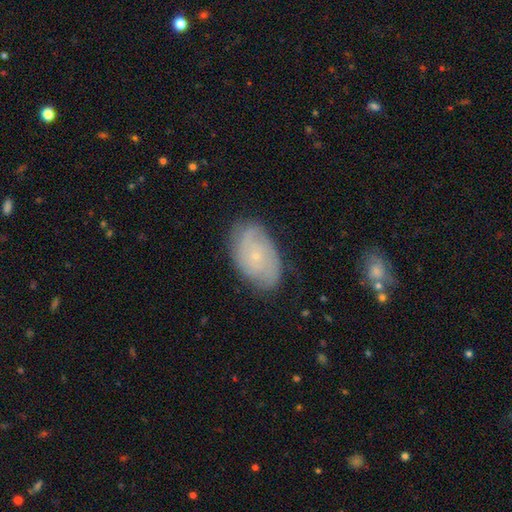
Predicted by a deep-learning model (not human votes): A featured or disk galaxy (61%) with no bar (79%), tight (56%) spiral arms (86%) and a small central bulge (82%). Merging: none (77%).